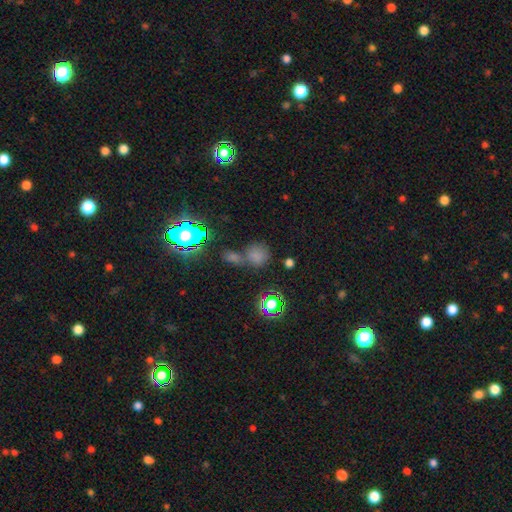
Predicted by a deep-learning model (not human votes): Q: Smooth or featured?
A: smooth (63%); runner-up: star or artifact (28%)
Q: How rounded?
A: round (77%); runner-up: in between (21%)
Q: Merging?
A: none (46%); runner-up: merger (39%)